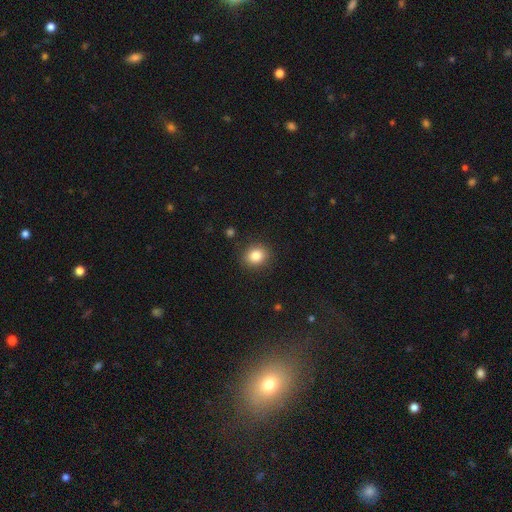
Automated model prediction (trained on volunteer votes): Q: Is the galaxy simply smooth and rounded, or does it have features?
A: smooth — 84%.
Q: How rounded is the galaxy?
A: round — 72%.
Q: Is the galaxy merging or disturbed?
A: none — 89%.